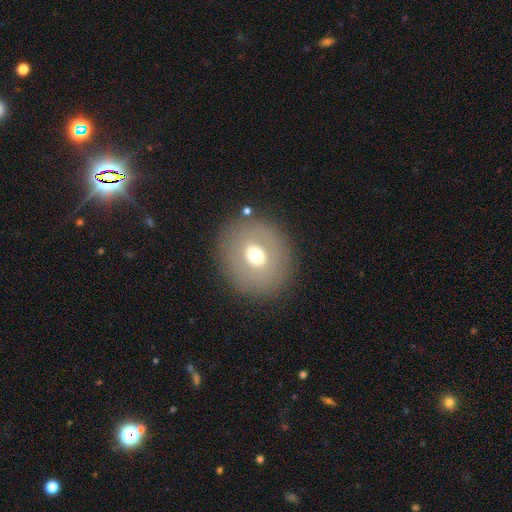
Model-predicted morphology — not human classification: A smooth galaxy with no disk features (62%) that is round (78%).

Vote fractions:
- Smooth or featured? smooth: 62% / featured or disk: 26% / star or artifact: 12%
- How rounded? round: 78% / in between: 21% / cigar-shaped: 1%
- Merging? none: 86% / minor disturbance: 8% / major disturbance: 5% / merger: 2%